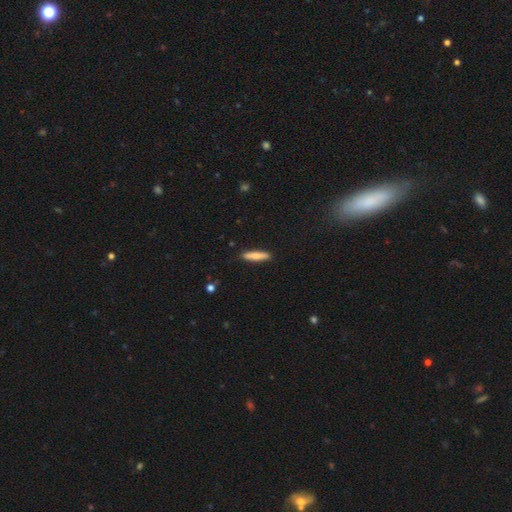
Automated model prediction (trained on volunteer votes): Smooth or featured?
  - smooth: 78% *
  - featured or disk: 16%
  - star or artifact: 6%
How rounded?
  - cigar-shaped: 87% *
  - in between: 11%
  - round: 1%
Merging?
  - none: 89% *
  - minor disturbance: 8%
  - major disturbance: 2%
  - merger: 1%